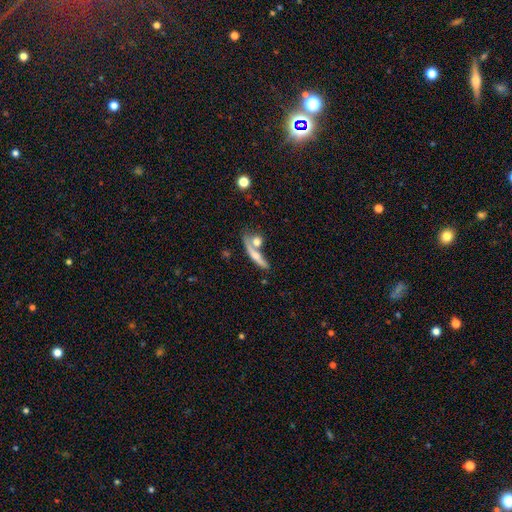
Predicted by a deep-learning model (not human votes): Smooth or featured: smooth — 50% (featured or disk — 42%)
Merging: none — 51% (merger — 30%)